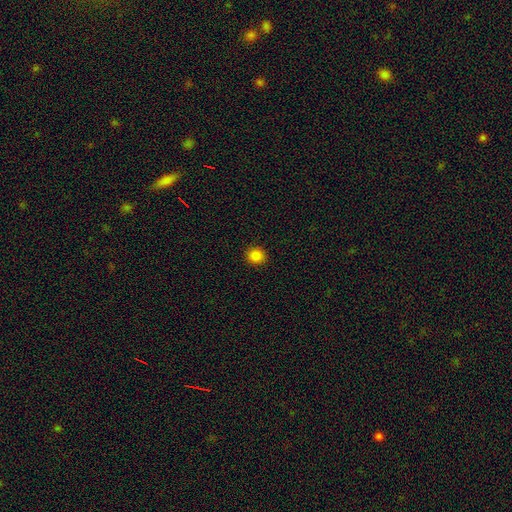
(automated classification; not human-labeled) The model was most divided on "smooth or featured": smooth: 85%, star or artifact: 12%, featured or disk: 3%. More confident: merging — none (92%); how rounded — round (87%).